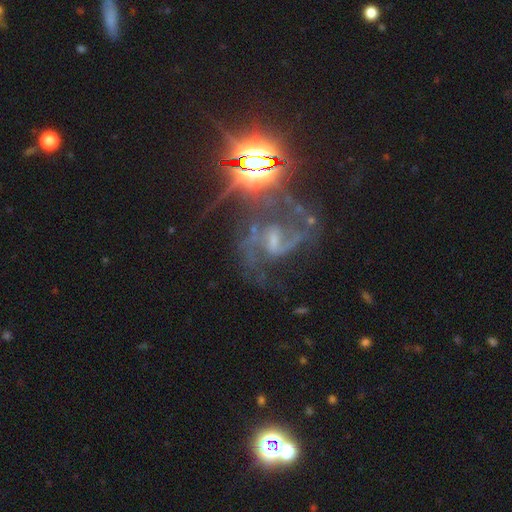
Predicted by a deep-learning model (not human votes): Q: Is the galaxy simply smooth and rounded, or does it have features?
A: featured or disk — 75%.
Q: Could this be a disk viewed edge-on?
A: no — 96%.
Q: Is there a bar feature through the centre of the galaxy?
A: weak — 46%.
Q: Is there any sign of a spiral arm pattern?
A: yes — 94%.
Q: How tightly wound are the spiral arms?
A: medium — 53%.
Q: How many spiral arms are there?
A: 2 — 81%.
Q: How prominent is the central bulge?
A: small — 47%.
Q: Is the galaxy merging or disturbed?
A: none — 56%.